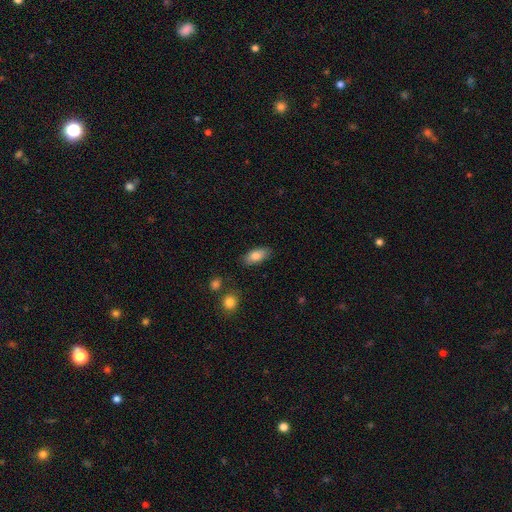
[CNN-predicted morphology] A smooth galaxy with no disk features (83%) that is in between round and cigar-shaped (89%).

Vote fractions:
- Smooth or featured? smooth: 83% / featured or disk: 10% / star or artifact: 7%
- How rounded? in between: 89% / cigar-shaped: 8% / round: 3%
- Merging? none: 84% / minor disturbance: 11% / major disturbance: 3% / merger: 2%